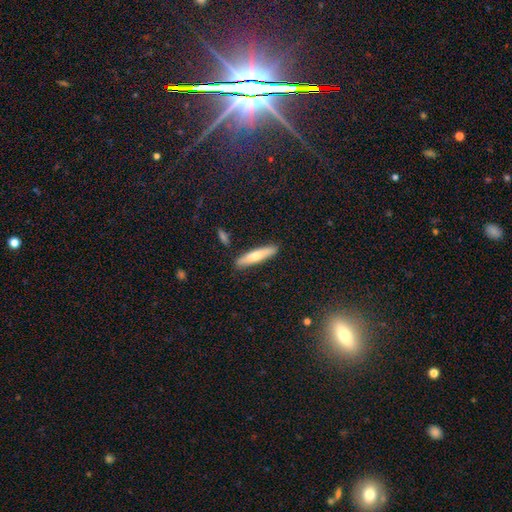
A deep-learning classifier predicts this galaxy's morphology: Smooth or featured: smooth — 68% (featured or disk — 27%)
How rounded: cigar-shaped — 85% (in between — 13%)
Merging: none — 86% (minor disturbance — 9%)